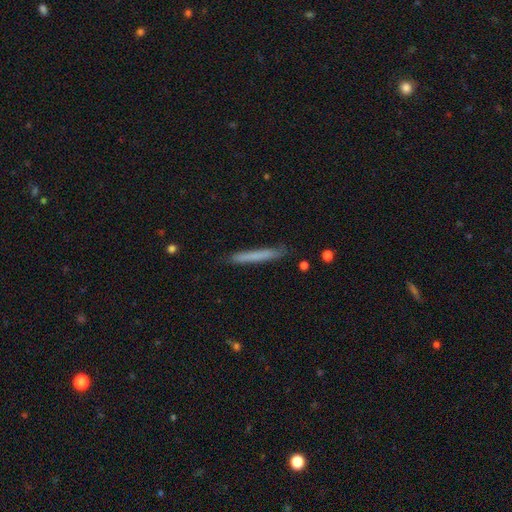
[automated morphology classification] Smooth or featured?
  - smooth: 68% *
  - featured or disk: 26%
  - star or artifact: 6%
How rounded?
  - cigar-shaped: 97% *
  - in between: 2%
  - round: 1%
Merging?
  - none: 86% *
  - minor disturbance: 11%
  - major disturbance: 2%
  - merger: 1%